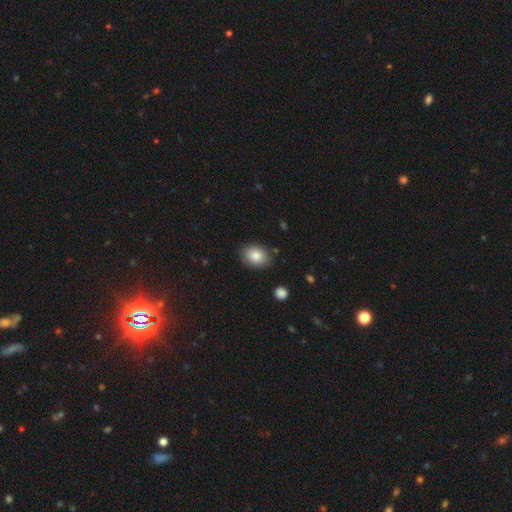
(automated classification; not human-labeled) smooth_or_featured: smooth (p=0.84) [alt: featured or disk p=0.08]
how_rounded: in between (p=0.70) [alt: round p=0.29]
merging: none (p=0.84) [alt: minor disturbance p=0.12]